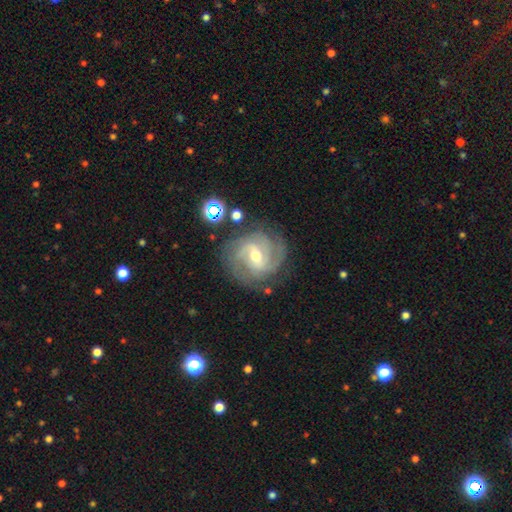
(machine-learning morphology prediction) Smooth or featured? Predicted: featured or disk (p=0.88). Edge-on disk? Predicted: no (p=0.97). Bar? Predicted: weak (p=0.53). Spiral arms? Predicted: yes (p=0.97). Spiral winding? Predicted: tight (p=0.55). Spiral arm count? Predicted: 3 (p=0.37). Bulge size? Predicted: moderate (p=0.57). Merging? Predicted: none (p=0.79).